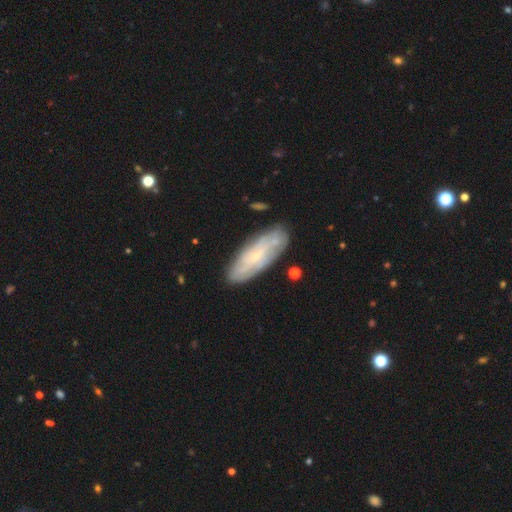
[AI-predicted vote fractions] The model was most divided on "smooth or featured": featured or disk: 53%, smooth: 40%, star or artifact: 7%. More confident: merging — none (81%); edge-on disk — no (79%).